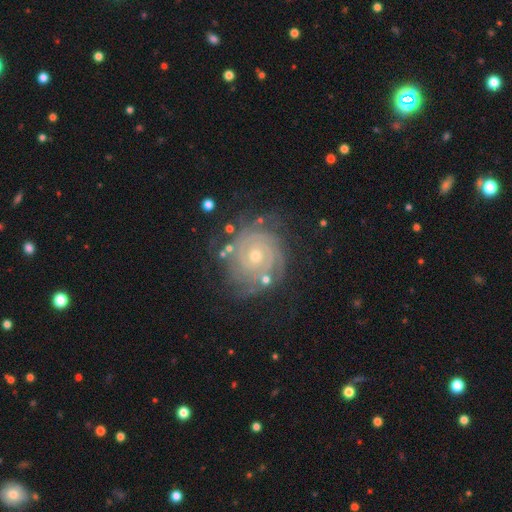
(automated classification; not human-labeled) Smooth or featured?
  - featured or disk: 86% *
  - star or artifact: 8%
  - smooth: 6%
Edge-on disk?
  - no: 98% *
  - yes: 2%
Bar?
  - no: 77% *
  - weak: 17%
  - strong: 5%
Spiral arms?
  - yes: 97% *
  - no: 3%
Spiral winding?
  - tight: 84% *
  - medium: 14%
  - loose: 3%
Spiral arm count?
  - 2: 30% *
  - can't tell: 27%
  - 3: 19%
  - 4: 12%
  - more than 4: 7%
  - 1: 6%
Bulge size?
  - small: 54% *
  - moderate: 43%
  - large: 1%
  - none: 1%
  - dominant: 1%
Merging?
  - none: 75% *
  - minor disturbance: 16%
  - major disturbance: 6%
  - merger: 3%